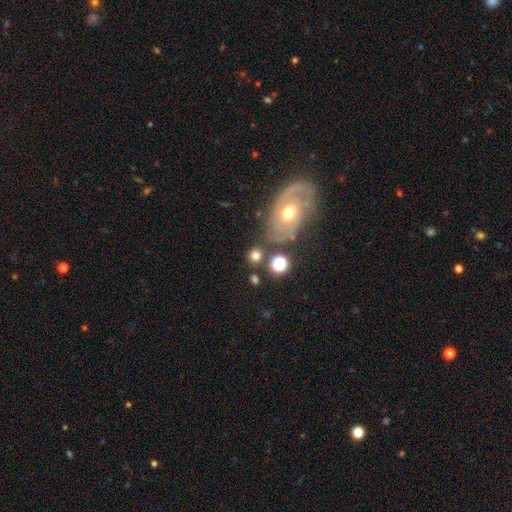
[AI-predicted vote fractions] This appears to be a smooth galaxy with no disk features (71%) that is round (79%). Merging: none (72%).